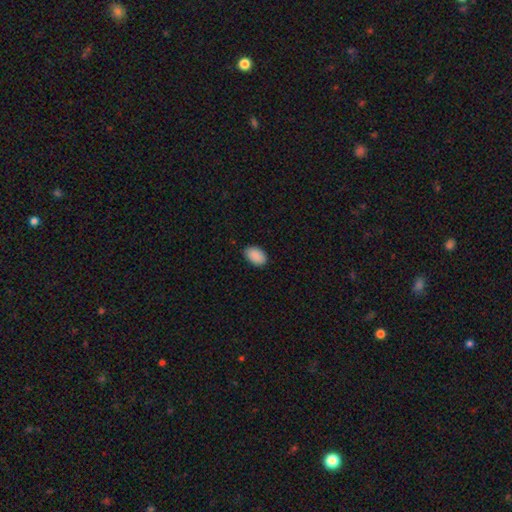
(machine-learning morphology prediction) The model was most divided on "merging": none: 87%, minor disturbance: 10%, major disturbance: 2%, merger: 1%. More confident: smooth or featured — smooth (90%); how rounded — in between (90%).